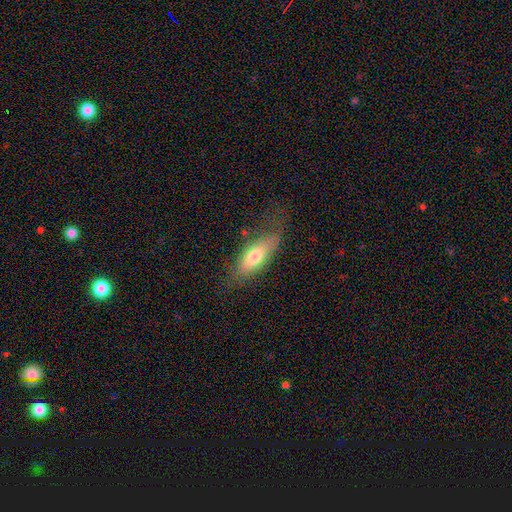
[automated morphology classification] This appears to be a smooth galaxy with no disk features (68%) that is in between round and cigar-shaped (66%). Merging: none (61%).